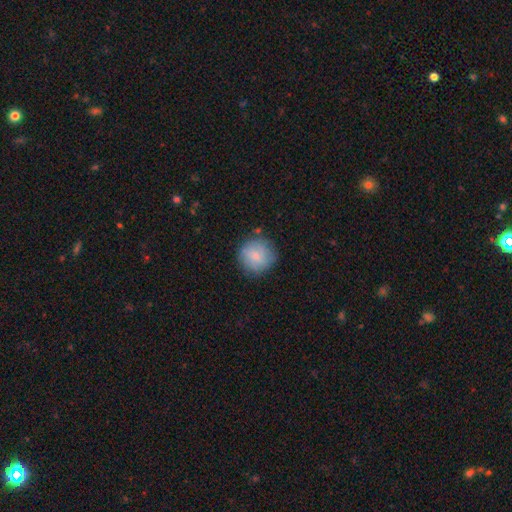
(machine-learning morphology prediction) Overall: smooth (80%). How rounded: round (93%). Merging: none (79%).